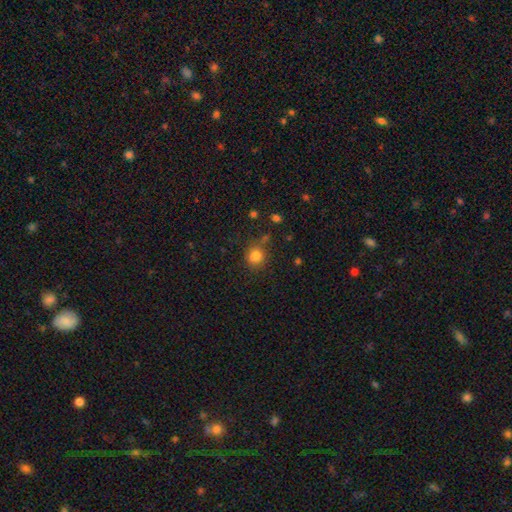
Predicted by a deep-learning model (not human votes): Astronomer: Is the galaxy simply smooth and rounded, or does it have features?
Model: smooth — 81%.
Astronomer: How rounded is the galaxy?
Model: round — 74%.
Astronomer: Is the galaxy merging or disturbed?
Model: none — 69%.